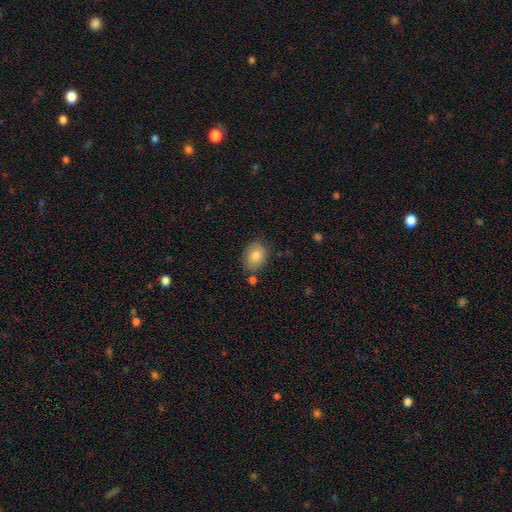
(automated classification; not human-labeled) Overall: smooth (77%). How rounded: in between (60%; round 39%). Merging: none (70%).